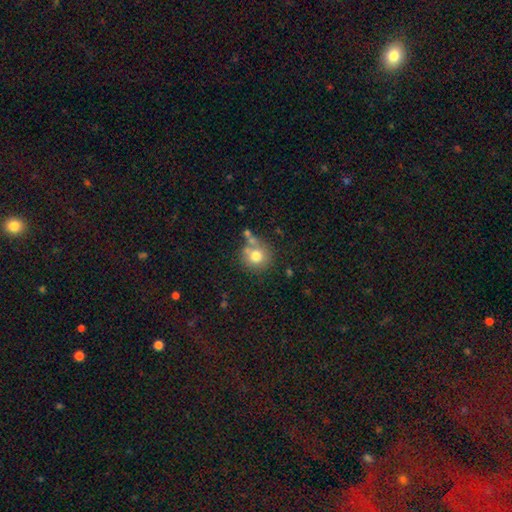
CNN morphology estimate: A smooth galaxy with no disk features (73%) that is round (90%). Merging: none (61%).